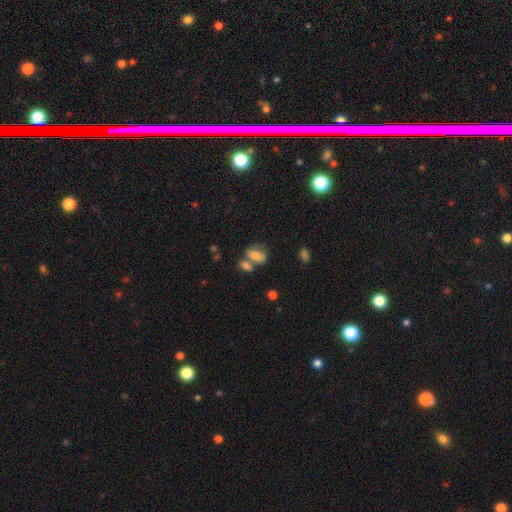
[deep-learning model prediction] Smooth or featured: smooth — 67% (featured or disk — 23%)
How rounded: in between — 79% (round — 16%)
Merging: merger — 41% (none — 37%)